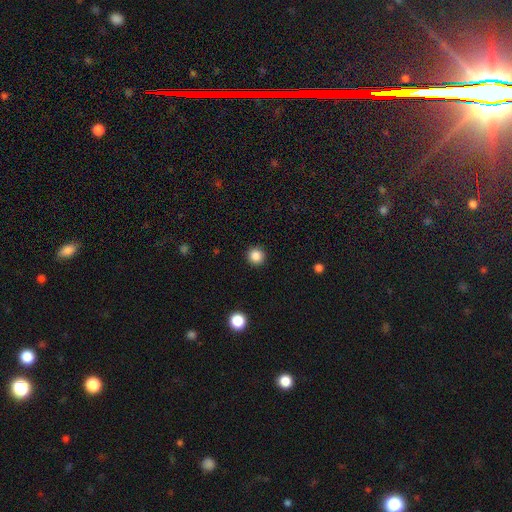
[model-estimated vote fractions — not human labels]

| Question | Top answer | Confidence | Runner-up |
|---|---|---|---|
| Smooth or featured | smooth | 86% | star or artifact (11%) |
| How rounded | round | 95% | in between (4%) |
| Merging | none | 93% | minor disturbance (5%) |